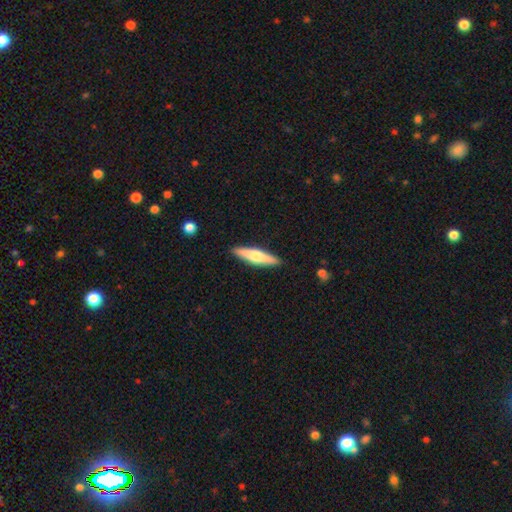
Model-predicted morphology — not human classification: Q: Smooth or featured?
A: smooth (53%); runner-up: featured or disk (42%)
Q: How rounded?
A: cigar-shaped (81%); runner-up: in between (17%)
Q: Merging?
A: none (90%); runner-up: minor disturbance (7%)